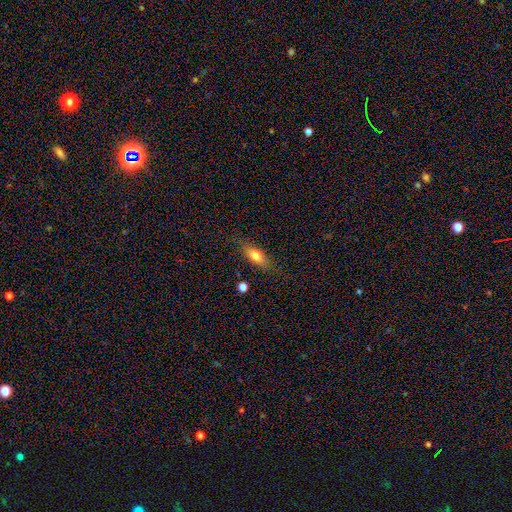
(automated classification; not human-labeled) A smooth galaxy with no disk features (75%) that is in between round and cigar-shaped (73%).

Vote fractions:
- Smooth or featured? smooth: 75% / featured or disk: 17% / star or artifact: 8%
- How rounded? in between: 73% / cigar-shaped: 22% / round: 5%
- Merging? none: 79% / minor disturbance: 15% / major disturbance: 4% / merger: 2%